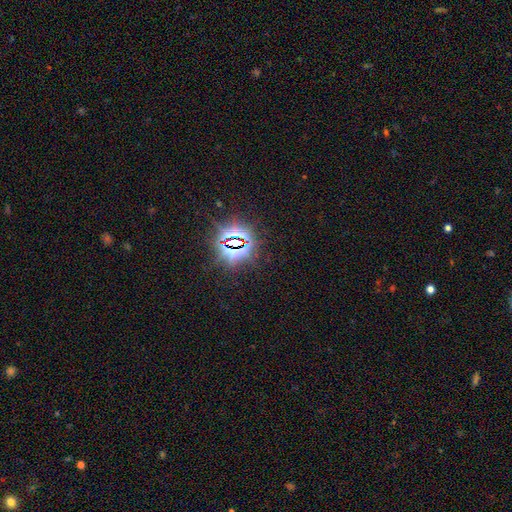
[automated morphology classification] A star or artifact, not a galaxy (84%).

Vote fractions:
- Smooth or featured? star or artifact: 84% / smooth: 10% / featured or disk: 7%